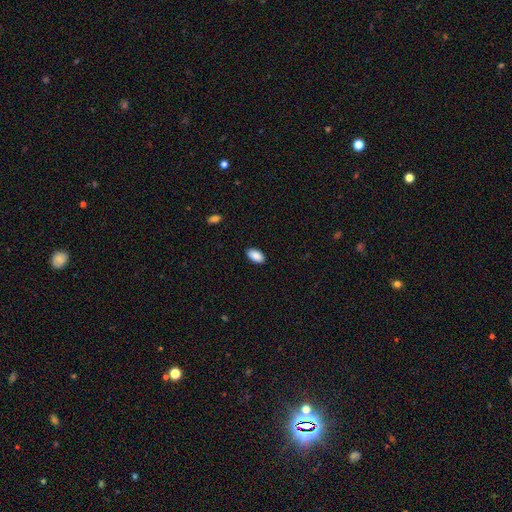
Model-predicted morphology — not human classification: smooth_or_featured: smooth (p=0.90) [alt: star or artifact p=0.07]
how_rounded: in between (p=0.95) [alt: round p=0.03]
merging: none (p=0.89) [alt: minor disturbance p=0.08]